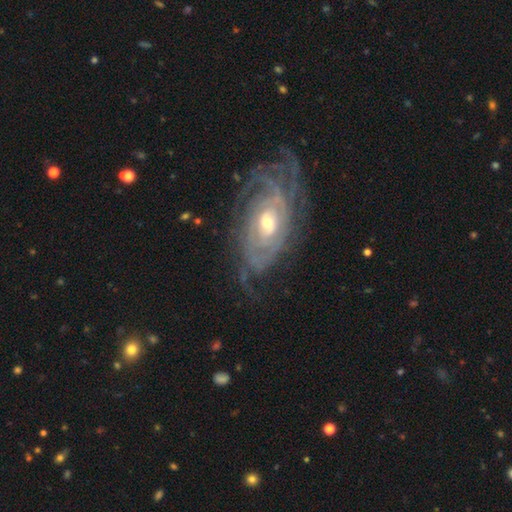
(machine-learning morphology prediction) featured or disk 88%, smooth 7%, star or artifact 6%. Down the decision tree: edge-on disk — no (95%); bar — no (64%); spiral arms — yes (95%); spiral arm count — can't tell (39%); spiral winding — tight (75%); bulge size — moderate (48%, tied with small); merging — none (67%).